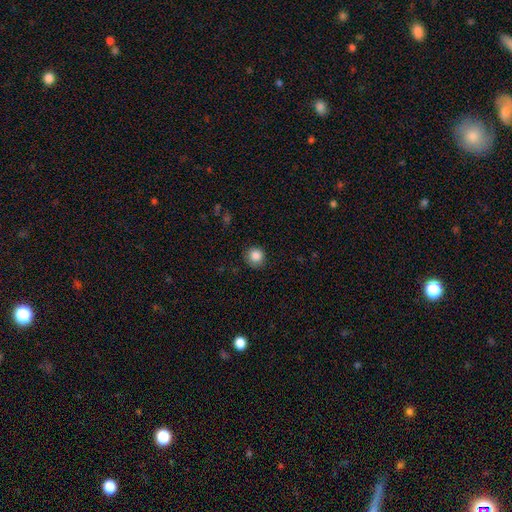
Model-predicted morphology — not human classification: type=smooth (86%); roundness=round (92%); merging=none (83%).